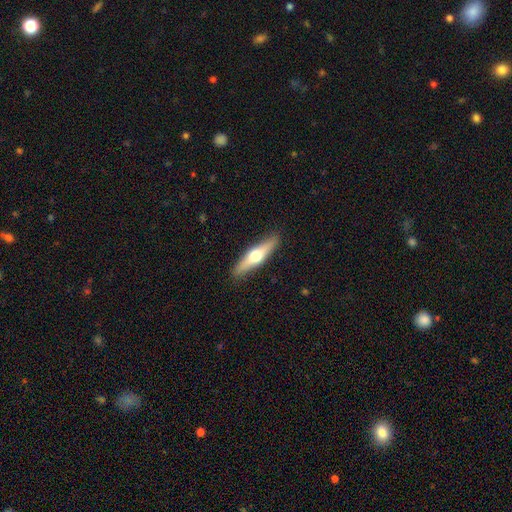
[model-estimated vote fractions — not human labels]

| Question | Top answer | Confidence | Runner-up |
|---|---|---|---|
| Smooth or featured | featured or disk | 54% | smooth (41%) |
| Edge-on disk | yes | 93% | no (7%) |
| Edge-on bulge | rounded | 95% | none (3%) |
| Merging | none | 90% | minor disturbance (7%) |